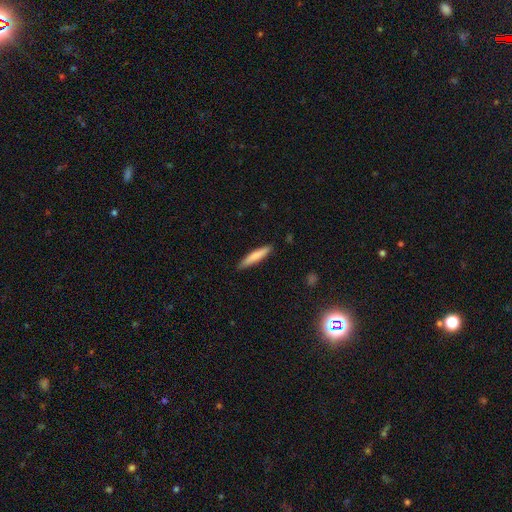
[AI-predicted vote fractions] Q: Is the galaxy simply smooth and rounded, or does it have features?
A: smooth — 78%.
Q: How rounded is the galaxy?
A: cigar-shaped — 90%.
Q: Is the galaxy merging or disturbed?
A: none — 87%.